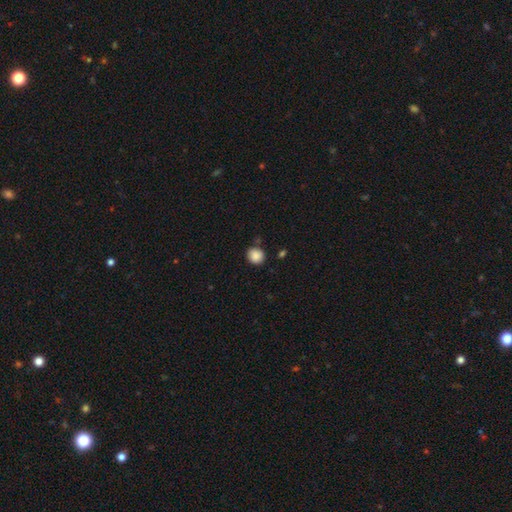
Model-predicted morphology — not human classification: Overall: smooth (88%). How rounded: round (86%). Merging: none (80%).